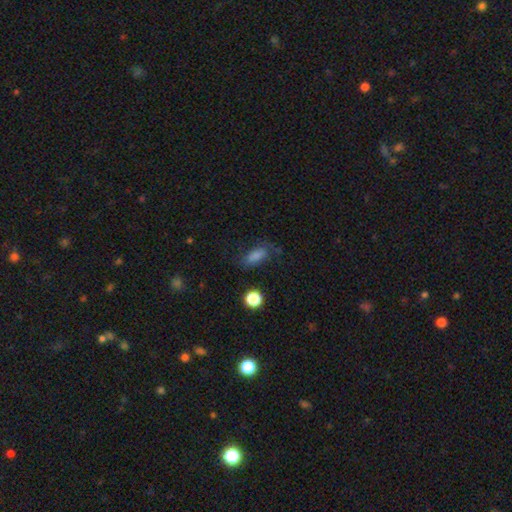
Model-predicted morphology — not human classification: This is likely a smooth galaxy (71%). How rounded: likely in between (70%). Merging: likely none (64%).